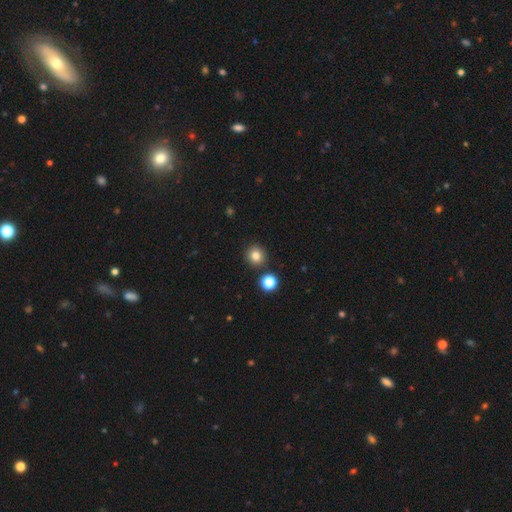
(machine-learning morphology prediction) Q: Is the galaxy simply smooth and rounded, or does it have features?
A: smooth — 82%.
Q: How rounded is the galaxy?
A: round — 90%.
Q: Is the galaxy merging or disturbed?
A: none — 87%.